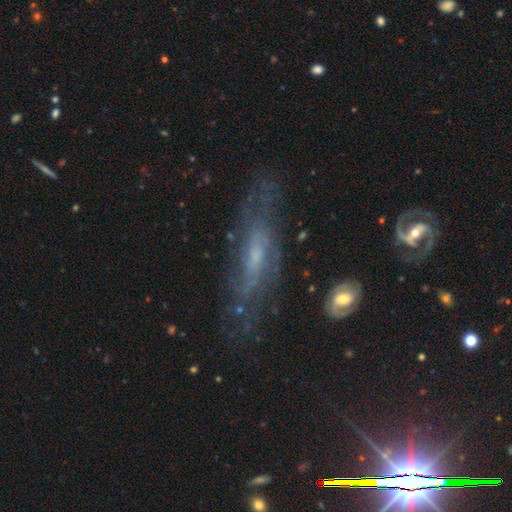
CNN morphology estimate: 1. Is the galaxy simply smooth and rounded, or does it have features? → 72% featured or disk, 17% smooth, 12% star or artifact.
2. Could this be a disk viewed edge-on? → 68% no, 32% yes.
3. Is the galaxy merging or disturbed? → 67% none, 20% minor disturbance, 11% major disturbance, 3% merger.